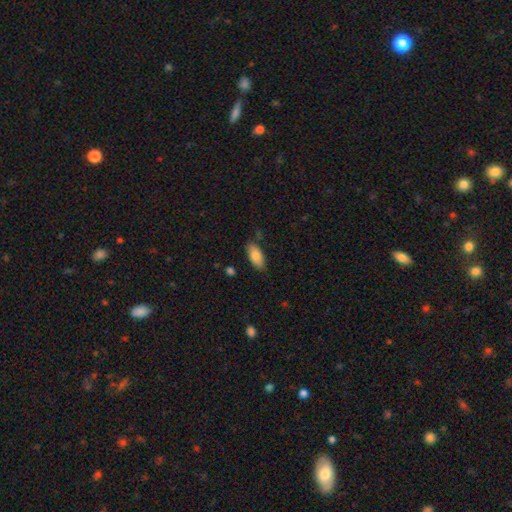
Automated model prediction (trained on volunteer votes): Overall: smooth (83%). How rounded: in between (88%). Merging: none (79%).